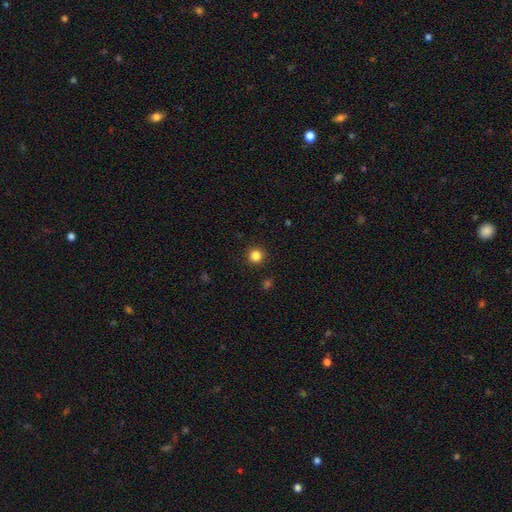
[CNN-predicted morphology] Smooth or featured?
  - smooth: 84% *
  - star or artifact: 13%
  - featured or disk: 4%
How rounded?
  - round: 95% *
  - in between: 4%
  - cigar-shaped: 1%
Merging?
  - none: 93% *
  - minor disturbance: 5%
  - major disturbance: 2%
  - merger: 1%